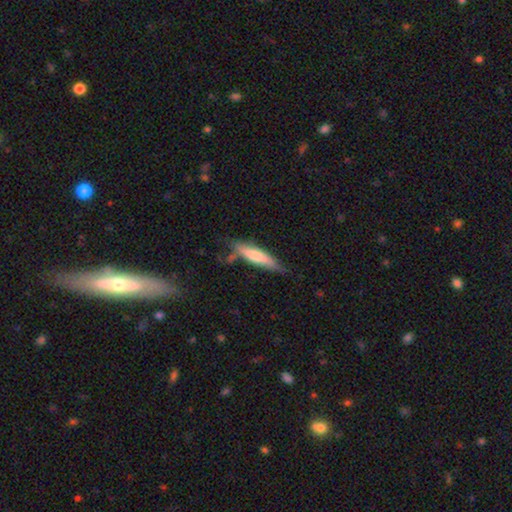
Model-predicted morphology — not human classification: Smooth or featured? Predicted: smooth (p=0.63). How rounded? Predicted: cigar-shaped (p=0.79). Merging? Predicted: none (p=0.63).